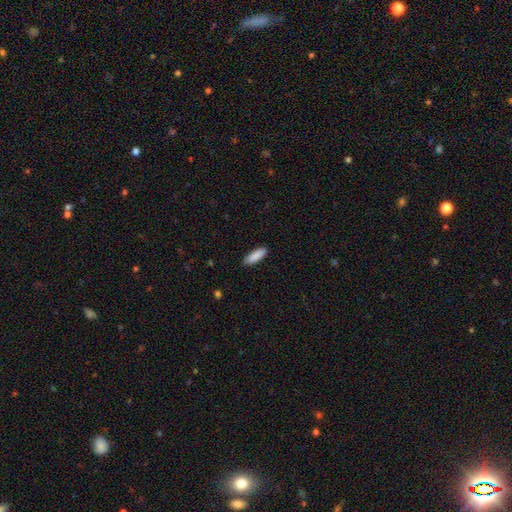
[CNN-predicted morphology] Smooth or featured?
  - smooth: 89% *
  - star or artifact: 6%
  - featured or disk: 5%
How rounded?
  - in between: 53% *
  - cigar-shaped: 45%
  - round: 1%
Merging?
  - none: 87% *
  - minor disturbance: 10%
  - major disturbance: 2%
  - merger: 1%